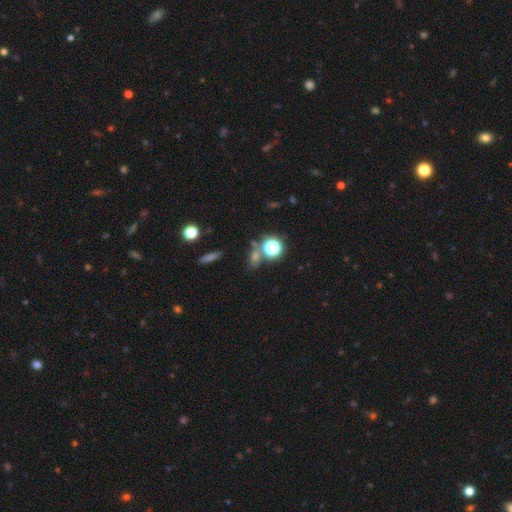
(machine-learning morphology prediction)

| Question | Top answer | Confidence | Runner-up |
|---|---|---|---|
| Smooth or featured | star or artifact | 45% | smooth (43%) |